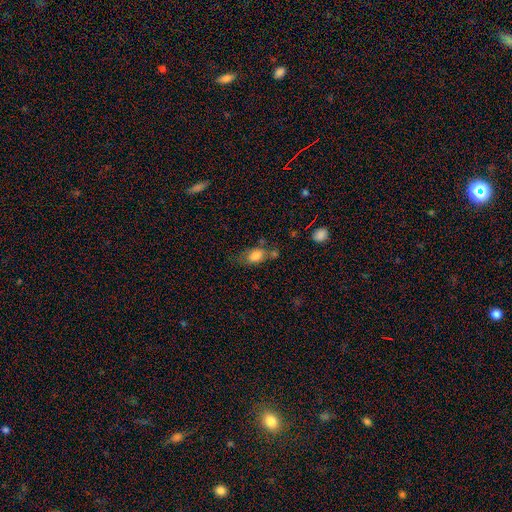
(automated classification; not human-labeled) This appears to be a smooth galaxy with no disk features (77%) that is in between round and cigar-shaped (84%). Merging: none (48%).